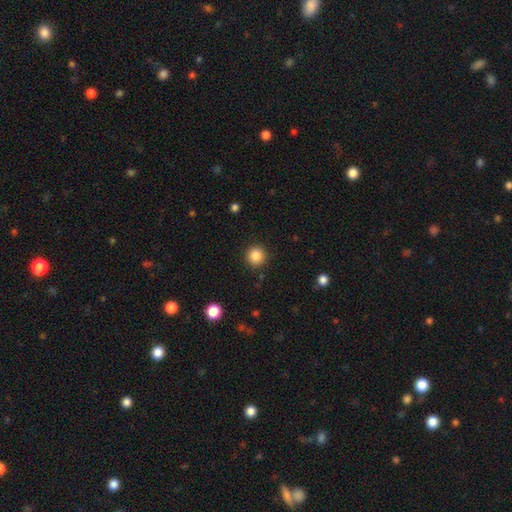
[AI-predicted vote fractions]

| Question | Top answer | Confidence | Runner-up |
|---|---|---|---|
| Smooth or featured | smooth | 85% | star or artifact (10%) |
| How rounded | round | 95% | in between (5%) |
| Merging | none | 91% | minor disturbance (6%) |